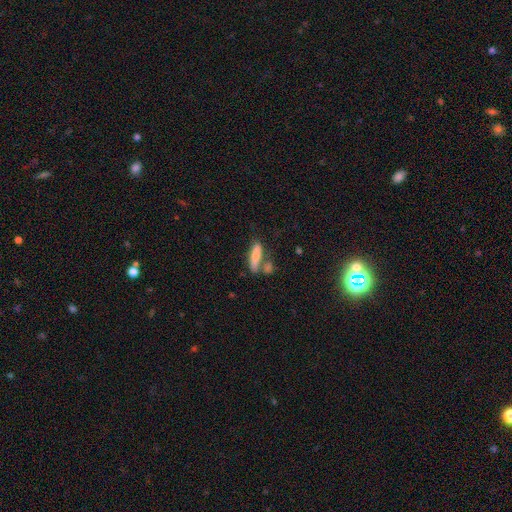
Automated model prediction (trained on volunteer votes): Smooth or featured?
  - smooth: 75% *
  - featured or disk: 18%
  - star or artifact: 7%
How rounded?
  - cigar-shaped: 69% *
  - in between: 29%
  - round: 2%
Merging?
  - none: 55% *
  - merger: 25%
  - minor disturbance: 15%
  - major disturbance: 6%